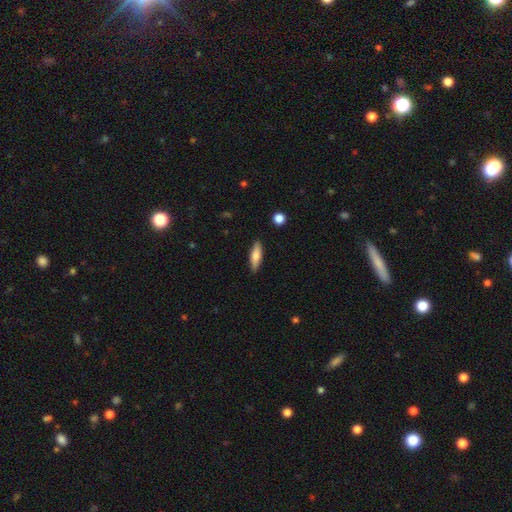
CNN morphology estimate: smooth-or-featured: smooth: 70% | featured or disk: 23% | star or artifact: 6%
  how-rounded: cigar-shaped: 56% | in between: 42% | round: 2%
  merging: none: 88% | minor disturbance: 9% | major disturbance: 2% | merger: 1%